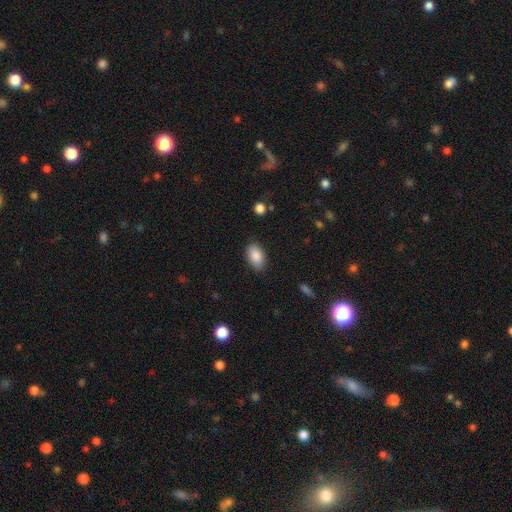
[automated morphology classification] This is clearly a smooth galaxy (89%). How rounded: clearly in between (93%). Merging: clearly none (86%).